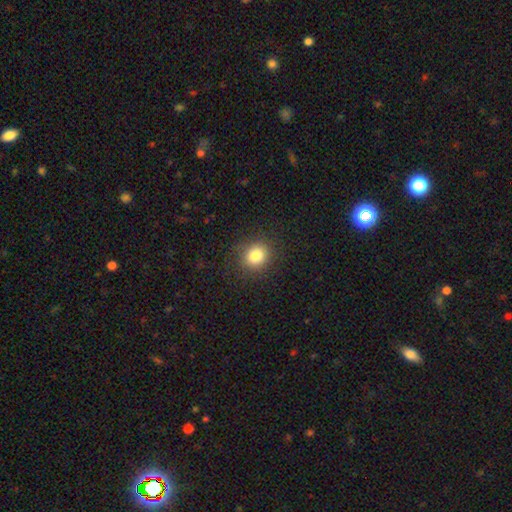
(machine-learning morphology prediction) This is clearly a smooth galaxy (82%). How rounded: likely round (78%). Merging: clearly none (88%).